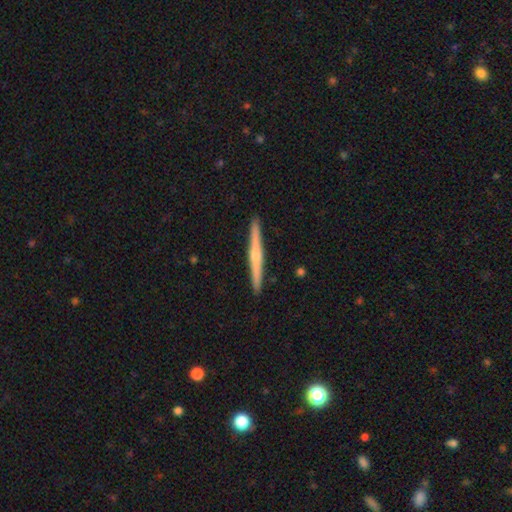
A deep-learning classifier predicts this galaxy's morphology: Smooth or featured? Predicted: featured or disk (p=0.63). Edge-on disk? Predicted: yes (p=0.98). Edge-on bulge? Predicted: rounded (p=0.67). Merging? Predicted: none (p=0.93).